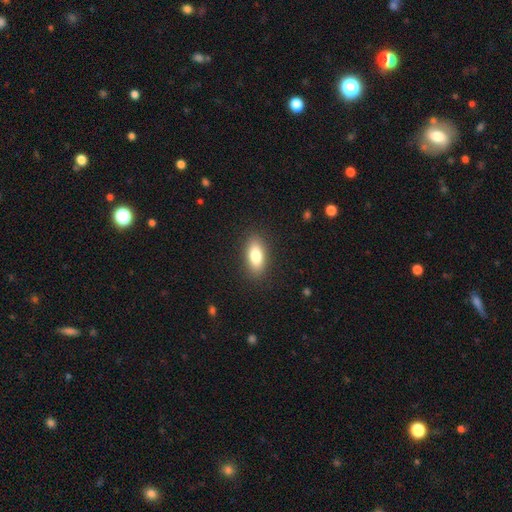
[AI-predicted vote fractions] Smooth or featured?
  - smooth: 81% *
  - featured or disk: 12%
  - star or artifact: 7%
How rounded?
  - in between: 83% *
  - cigar-shaped: 13%
  - round: 4%
Merging?
  - none: 88% *
  - minor disturbance: 8%
  - major disturbance: 3%
  - merger: 1%